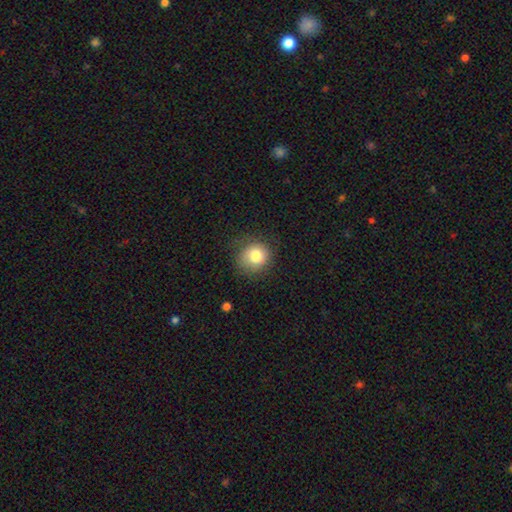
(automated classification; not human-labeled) This is clearly a smooth galaxy (81%). How rounded: likely round (79%). Merging: likely none (71%).